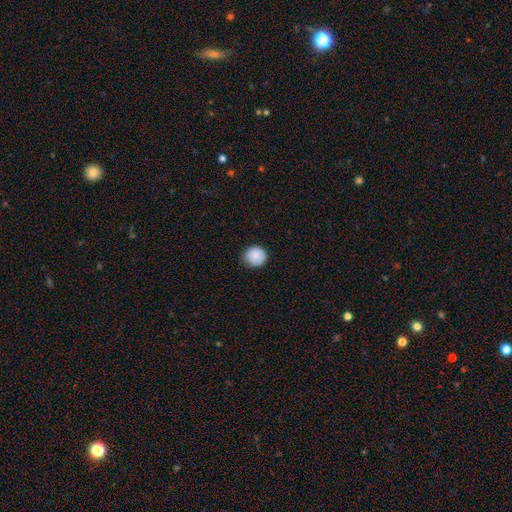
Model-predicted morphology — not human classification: smooth_or_featured: smooth (p=0.89) [alt: star or artifact p=0.08]
how_rounded: round (p=0.92) [alt: in between p=0.07]
merging: none (p=0.86) [alt: minor disturbance p=0.11]